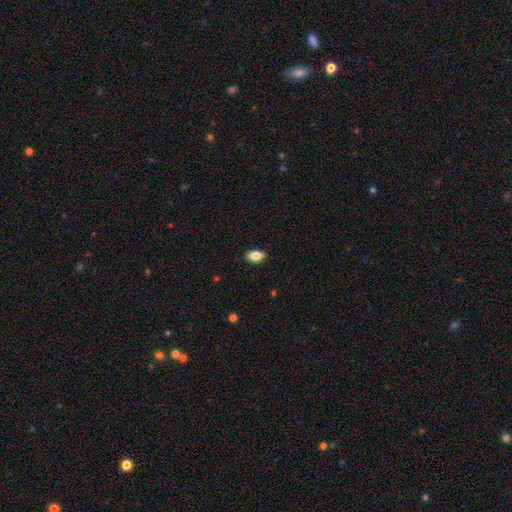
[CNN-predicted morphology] Smooth or featured: smooth — 81% (featured or disk — 11%)
How rounded: in between — 91% (round — 5%)
Merging: none — 89% (minor disturbance — 9%)